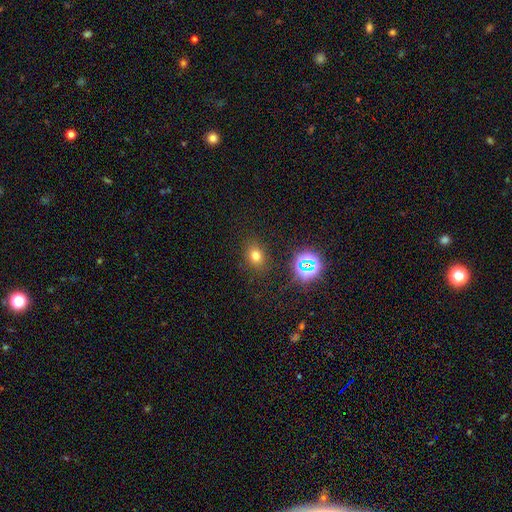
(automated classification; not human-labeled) A smooth galaxy with no disk features (71%) that is in between round and cigar-shaped (51%). Merging: none (85%).